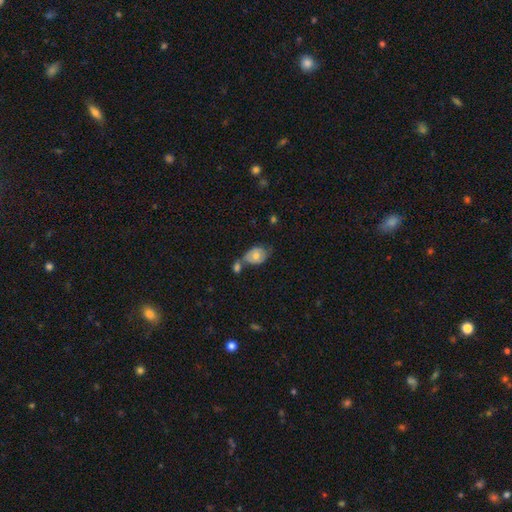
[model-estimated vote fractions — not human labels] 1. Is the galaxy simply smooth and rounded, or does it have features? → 60% smooth, 33% featured or disk, 8% star or artifact.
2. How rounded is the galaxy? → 77% in between, 21% round, 1% cigar-shaped.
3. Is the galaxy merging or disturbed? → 37% merger, 35% none, 19% minor disturbance, 10% major disturbance.